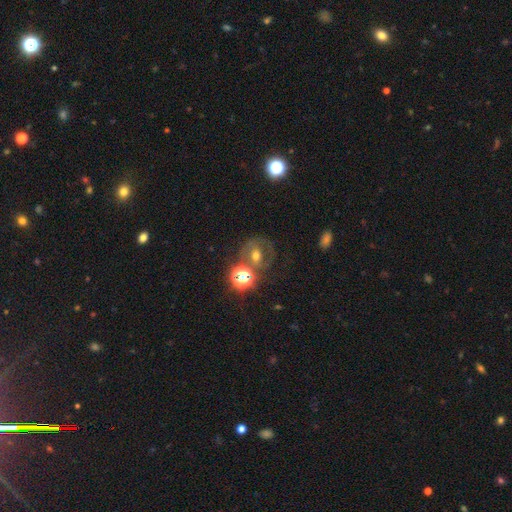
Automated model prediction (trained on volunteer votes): Smooth or featured: smooth — 39% (featured or disk — 36%)
Merging: none — 57% (merger — 18%)